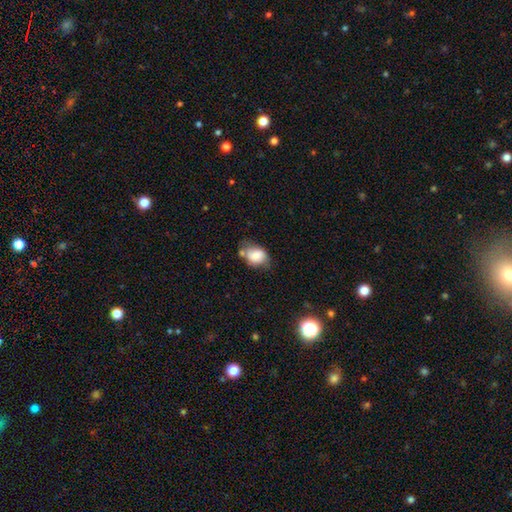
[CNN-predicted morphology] A smooth galaxy with no disk features (69%) that is in between round and cigar-shaped (65%).

Vote fractions:
- Smooth or featured? smooth: 69% / featured or disk: 22% / star or artifact: 9%
- How rounded? in between: 65% / round: 33% / cigar-shaped: 1%
- Merging? none: 44% / minor disturbance: 32% / merger: 13% / major disturbance: 11%